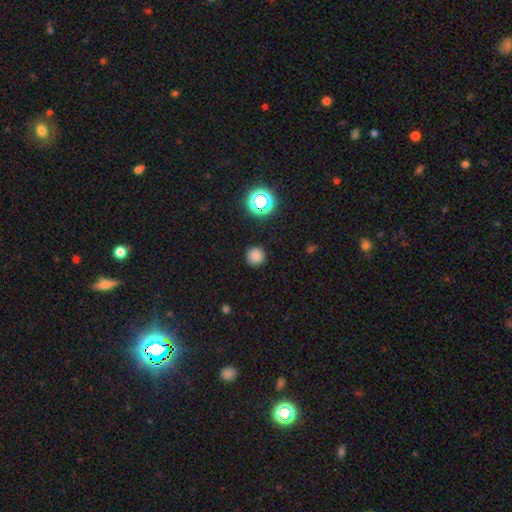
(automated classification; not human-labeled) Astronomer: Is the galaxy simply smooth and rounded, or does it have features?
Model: smooth — 78%.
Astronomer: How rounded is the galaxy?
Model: round — 95%.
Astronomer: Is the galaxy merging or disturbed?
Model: none — 89%.